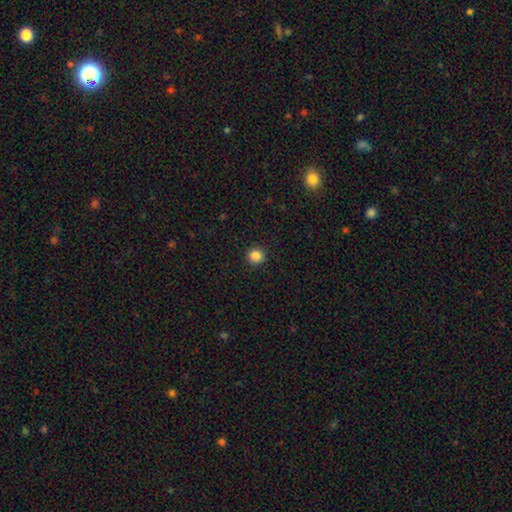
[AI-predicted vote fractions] This appears to be a smooth galaxy with no disk features (85%) that is round (93%). Merging: none (93%).